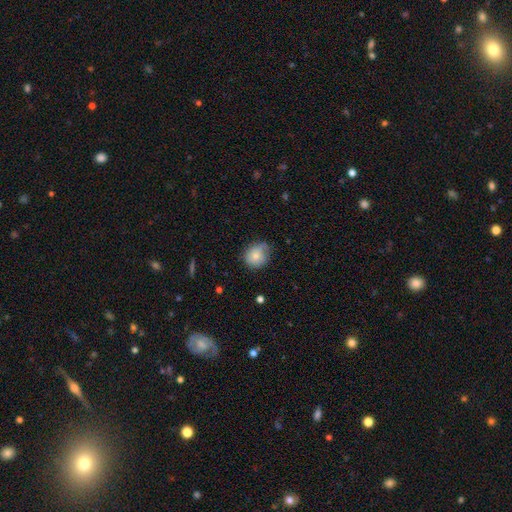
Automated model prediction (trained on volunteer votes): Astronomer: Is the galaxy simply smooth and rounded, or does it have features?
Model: smooth — 76%.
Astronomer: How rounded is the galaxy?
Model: round — 73%.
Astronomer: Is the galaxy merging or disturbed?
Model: none — 59%.